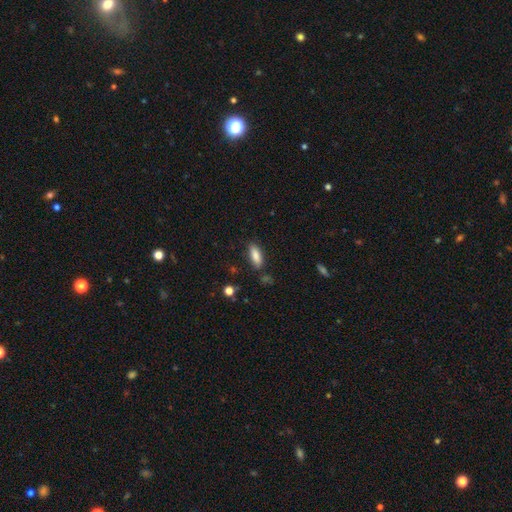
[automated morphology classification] smooth-or-featured: smooth: 85% | featured or disk: 8% | star or artifact: 7%
  how-rounded: in between: 71% | cigar-shaped: 27% | round: 2%
  merging: none: 80% | minor disturbance: 13% | merger: 3% | major disturbance: 3%